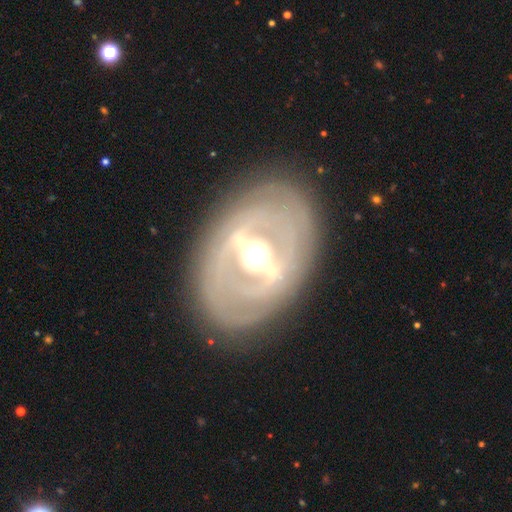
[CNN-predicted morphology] type=featured or disk (82%); edge-on=no (90%); bar=strong (65%); spiral arms=yes (51%); bulge=moderate (67%); merging=none (81%).